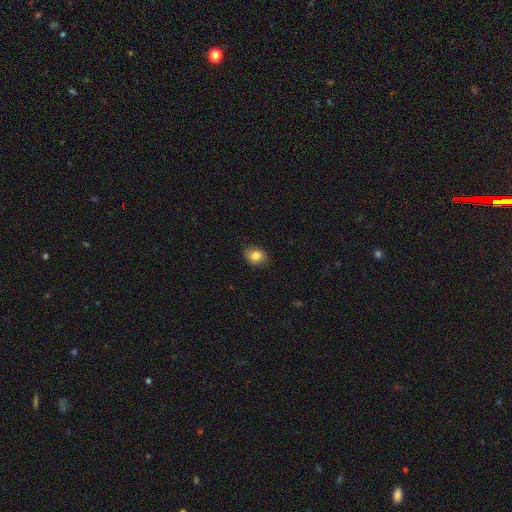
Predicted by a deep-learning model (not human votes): Smooth or featured: smooth — 82% (featured or disk — 10%)
How rounded: in between — 56% (round — 43%)
Merging: none — 80% (minor disturbance — 16%)